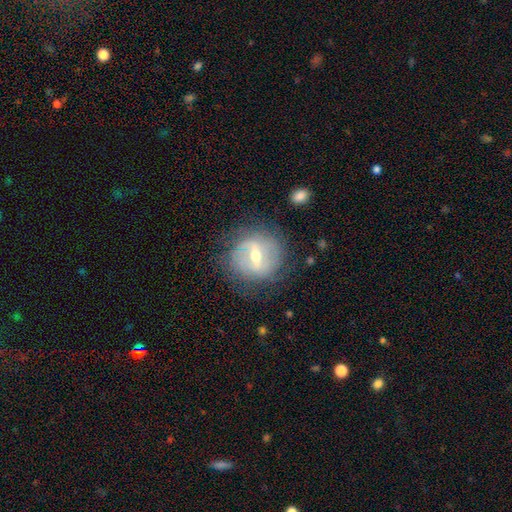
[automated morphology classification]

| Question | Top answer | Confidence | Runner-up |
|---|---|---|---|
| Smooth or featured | featured or disk | 72% | smooth (21%) |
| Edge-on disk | no | 91% | yes (9%) |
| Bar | strong | 47% | weak (42%) |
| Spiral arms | yes | 62% | no (38%) |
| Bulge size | moderate | 63% | small (31%) |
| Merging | none | 74% | minor disturbance (16%) |